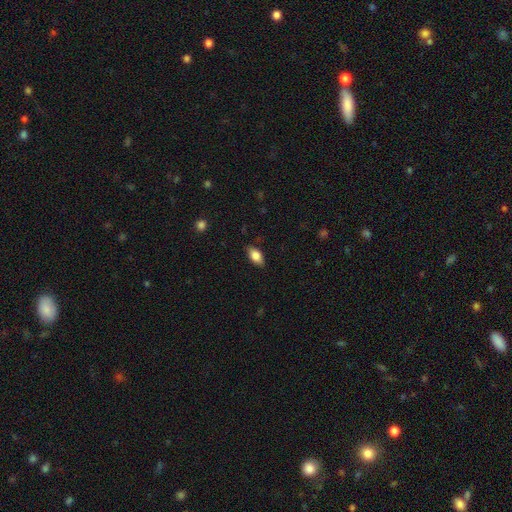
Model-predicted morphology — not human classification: Q: Smooth or featured?
A: smooth (82%); runner-up: featured or disk (11%)
Q: How rounded?
A: in between (90%); runner-up: cigar-shaped (5%)
Q: Merging?
A: none (84%); runner-up: minor disturbance (12%)